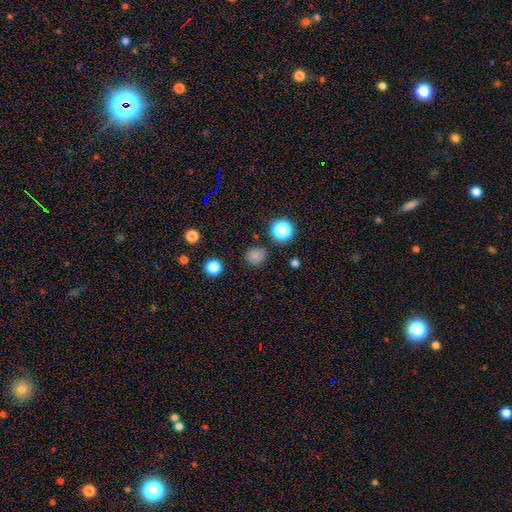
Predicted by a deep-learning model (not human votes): Smooth or featured?
  - smooth: 75% *
  - star or artifact: 20%
  - featured or disk: 5%
How rounded?
  - round: 84% *
  - in between: 15%
  - cigar-shaped: 1%
Merging?
  - none: 83% *
  - minor disturbance: 12%
  - major disturbance: 4%
  - merger: 2%